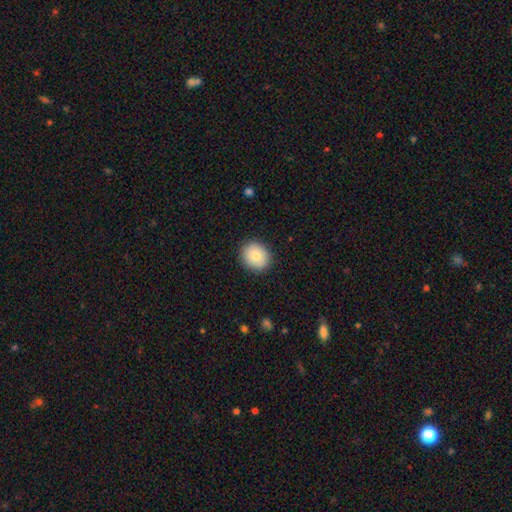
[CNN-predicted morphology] A smooth galaxy with no disk features (83%) that is round (72%).

Vote fractions:
- Smooth or featured? smooth: 83% / featured or disk: 9% / star or artifact: 8%
- How rounded? round: 72% / in between: 27% / cigar-shaped: 1%
- Merging? none: 89% / minor disturbance: 8% / major disturbance: 2% / merger: 1%